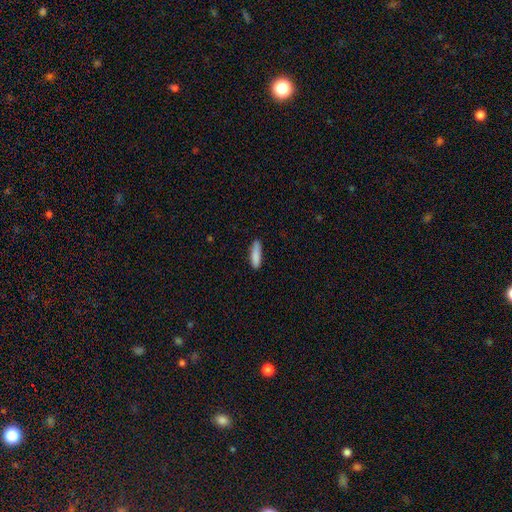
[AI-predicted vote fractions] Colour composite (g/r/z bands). It shows a smooth galaxy with no disk features (87%) that is cigar-shaped (72%). Merging: none (81%).